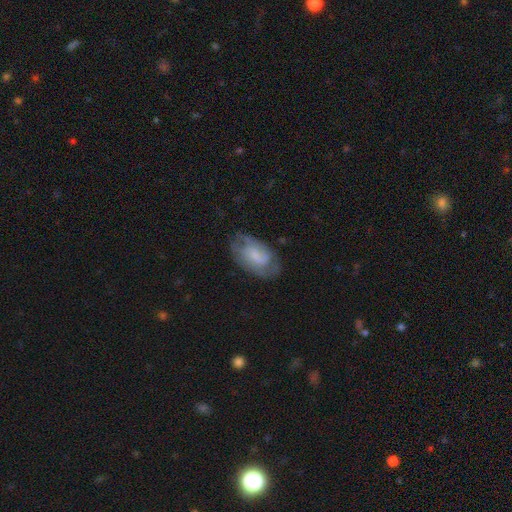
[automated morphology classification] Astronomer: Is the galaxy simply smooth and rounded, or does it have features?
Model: featured or disk — 58% (runner-up: smooth, 34%).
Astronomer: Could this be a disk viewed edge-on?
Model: no — 96%.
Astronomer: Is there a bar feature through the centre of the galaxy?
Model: no — 50% (runner-up: weak, 42%).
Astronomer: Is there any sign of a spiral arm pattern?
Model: yes — 82%.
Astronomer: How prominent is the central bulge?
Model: small — 38% (runner-up: none, 28%).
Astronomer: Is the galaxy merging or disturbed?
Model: none — 66%.